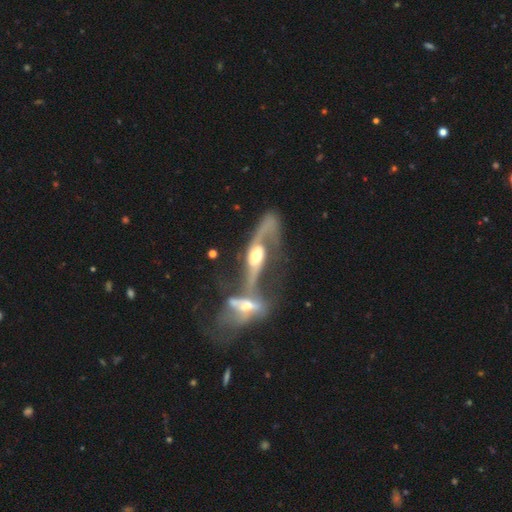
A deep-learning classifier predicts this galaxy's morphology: This is likely a featured or disk galaxy (78%). It is likely not viewed edge-on (74%). Bar: possibly no (56%). Spiral arm pattern: likely yes (79%). Central bulge: possibly moderate (53%). Merging: likely merger (60%).